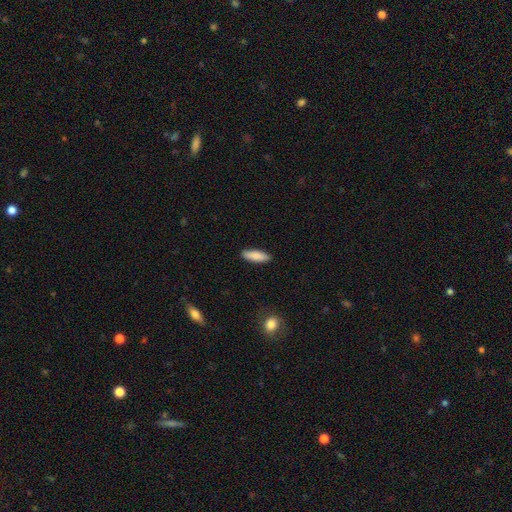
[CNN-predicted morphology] A smooth galaxy with no disk features (87%) that is cigar-shaped (50%). Merging: none (88%).